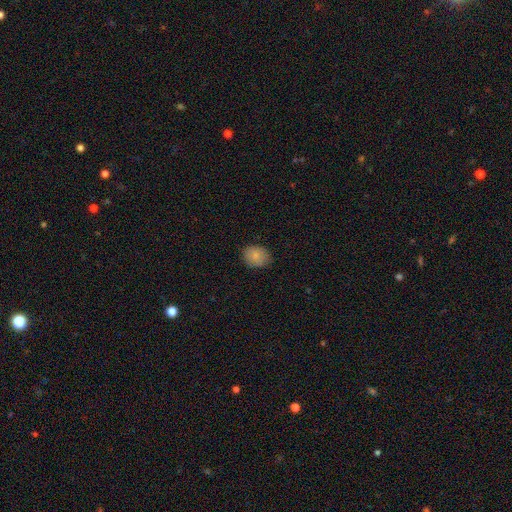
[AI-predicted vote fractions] smooth-or-featured: smooth: 85% | star or artifact: 9% | featured or disk: 7%
  how-rounded: round: 52% | in between: 47% | cigar-shaped: 1%
  merging: none: 85% | minor disturbance: 12% | major disturbance: 2% | merger: 1%